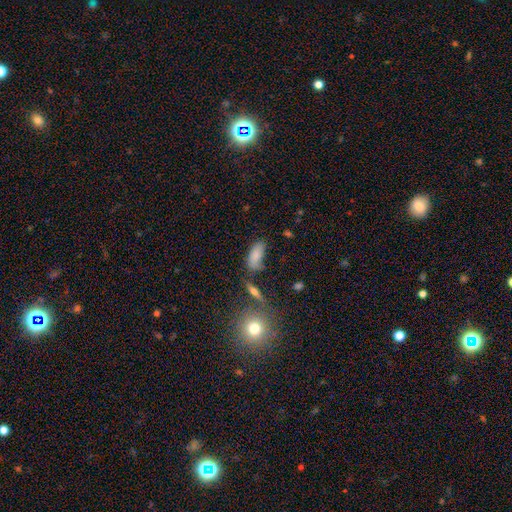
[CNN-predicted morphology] Q: Smooth or featured?
A: smooth (82%); runner-up: star or artifact (9%)
Q: How rounded?
A: in between (83%); runner-up: cigar-shaped (14%)
Q: Merging?
A: none (59%); runner-up: minor disturbance (23%)